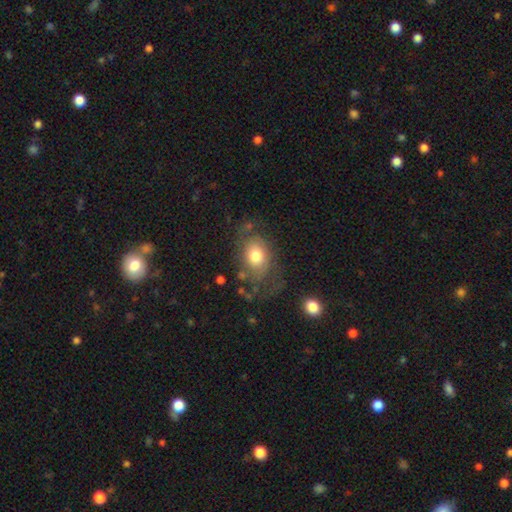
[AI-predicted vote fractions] Smooth or featured? smooth (51%)
How rounded? in between (72%)
Merging? none (52%)